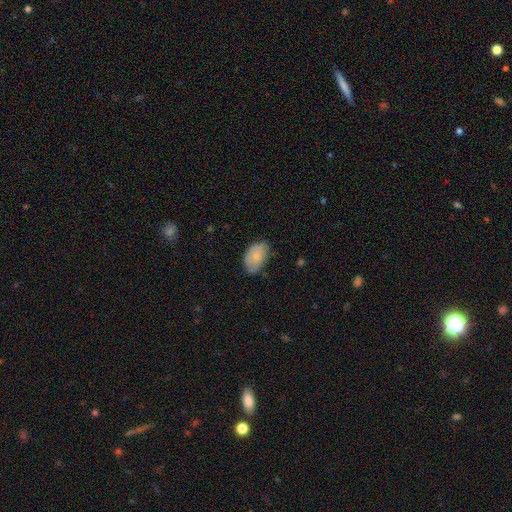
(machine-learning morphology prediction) This appears to be a smooth galaxy with no disk features (74%) that is in between round and cigar-shaped (90%). Merging: none (67%).